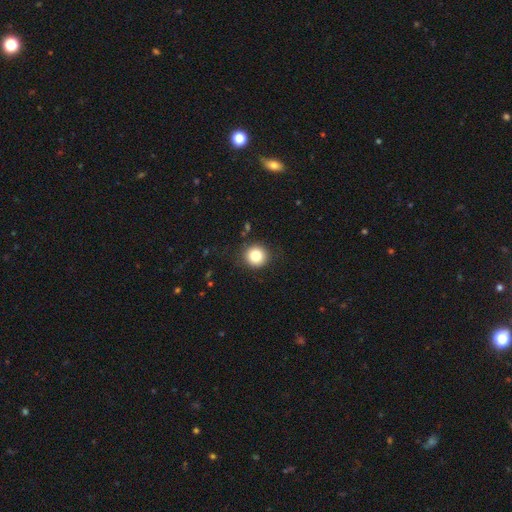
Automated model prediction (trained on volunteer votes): This appears to be a smooth galaxy with no disk features (82%) that is round (94%). Merging: none (89%).